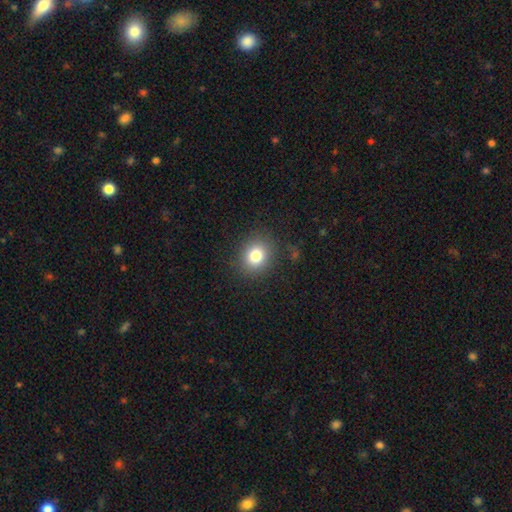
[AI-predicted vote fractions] smooth_or_featured: smooth (p=0.79) [alt: star or artifact p=0.12]
how_rounded: round (p=0.73) [alt: in between p=0.27]
merging: none (p=0.86) [alt: minor disturbance p=0.09]